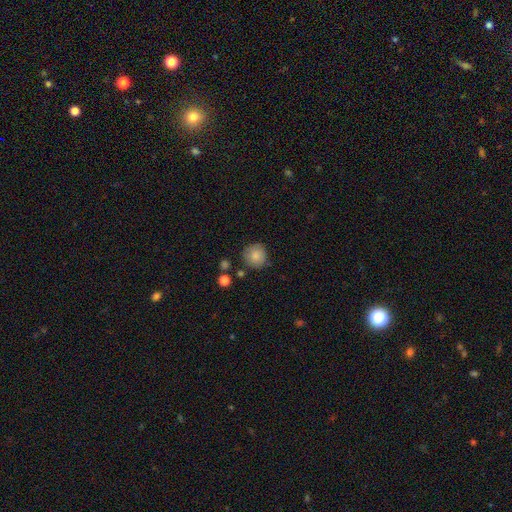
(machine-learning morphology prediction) smooth-or-featured: smooth: 84% | star or artifact: 8% | featured or disk: 8%
  how-rounded: round: 92% | in between: 7% | cigar-shaped: 1%
  merging: none: 80% | minor disturbance: 14% | major disturbance: 3% | merger: 3%